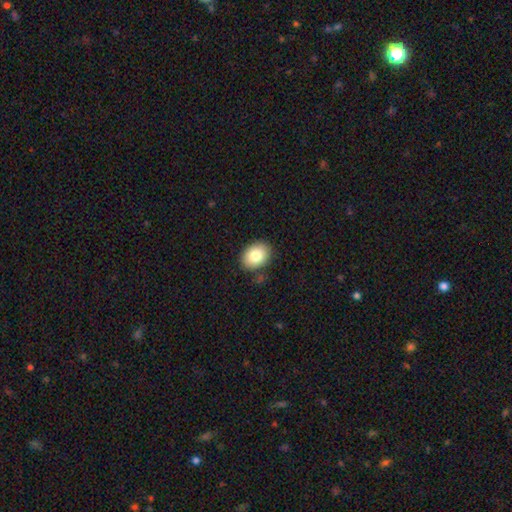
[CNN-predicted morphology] This appears to be a smooth galaxy with no disk features (82%) that is in between round and cigar-shaped (64%). Merging: none (84%).